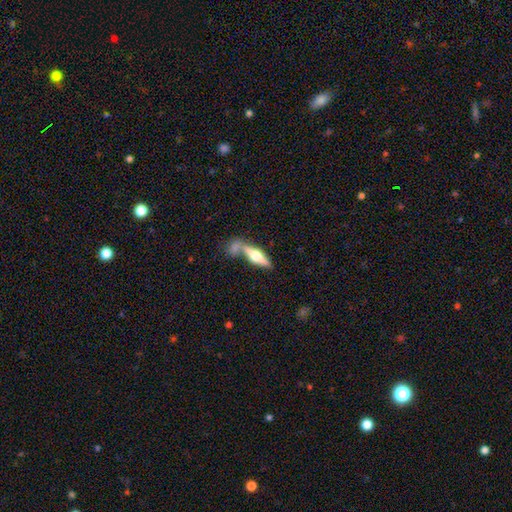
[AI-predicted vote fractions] featured or disk 55%, smooth 39%, star or artifact 6%. Down the decision tree: edge-on disk — yes (92%); edge-on bulge — rounded (93%); merging — none (52%).